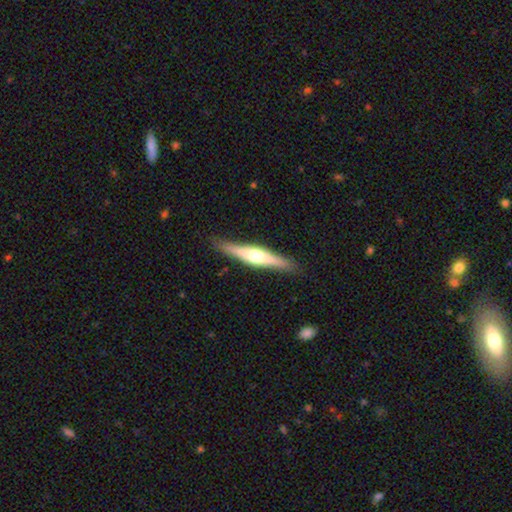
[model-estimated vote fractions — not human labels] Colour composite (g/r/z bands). It shows a featured or disk galaxy (65%) viewed edge-on (96%) with a rounded central bulge (90%). Merging: none (88%).